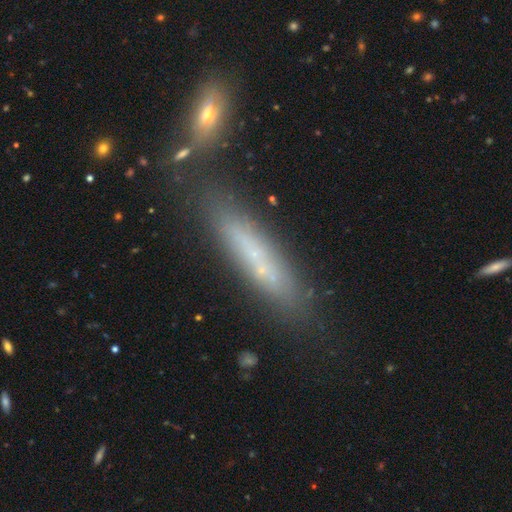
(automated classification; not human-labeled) A smooth galaxy with no disk features (47%).

Vote fractions:
- Smooth or featured? smooth: 47% / featured or disk: 41% / star or artifact: 12%
- Merging? none: 71% / minor disturbance: 15% / merger: 9% / major disturbance: 5%